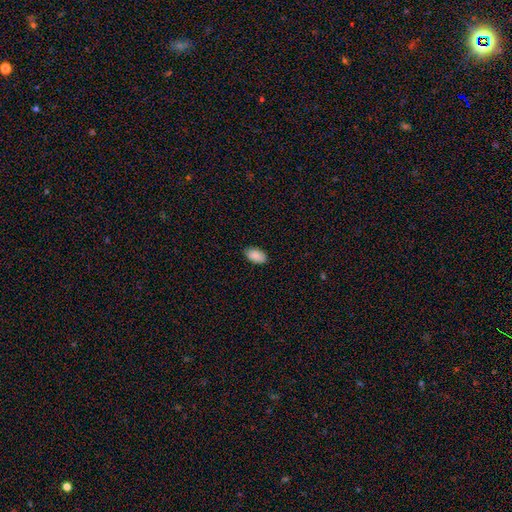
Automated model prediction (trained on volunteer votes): A smooth galaxy with no disk features (88%) that is in between round and cigar-shaped (94%).

Vote fractions:
- Smooth or featured? smooth: 88% / star or artifact: 7% / featured or disk: 5%
- How rounded? in between: 94% / round: 4% / cigar-shaped: 2%
- Merging? none: 87% / minor disturbance: 10% / major disturbance: 2% / merger: 1%